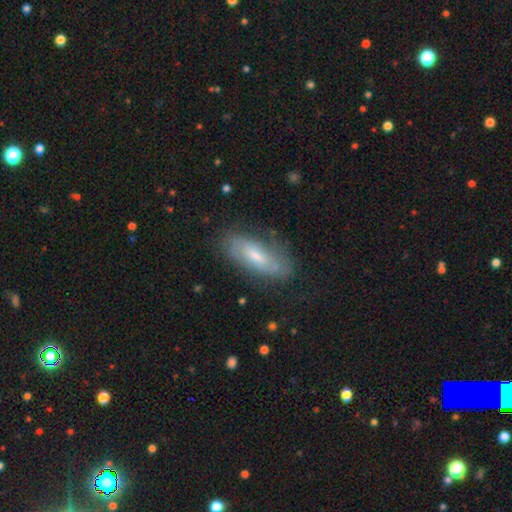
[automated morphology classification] This is possibly a featured or disk galaxy (54%). It is clearly not viewed edge-on (82%). Merging: likely none (74%).